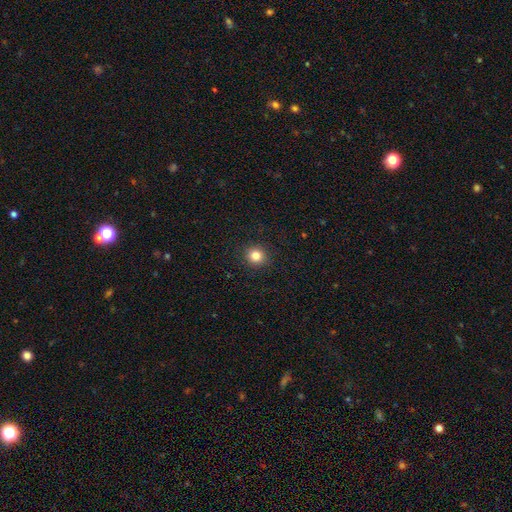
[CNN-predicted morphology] The model was most divided on "smooth or featured": smooth: 84%, star or artifact: 11%, featured or disk: 5%. More confident: merging — none (92%); how rounded — round (90%).